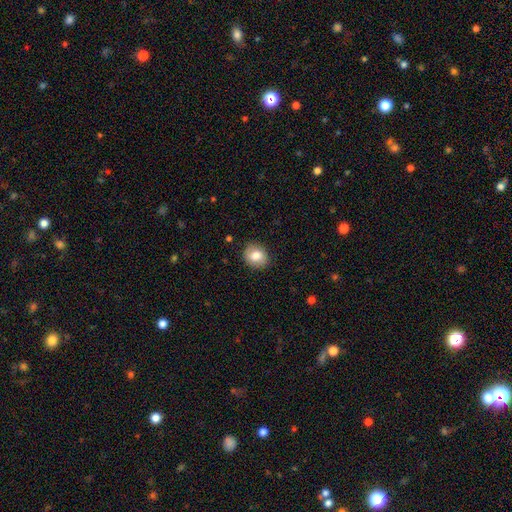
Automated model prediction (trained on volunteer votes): Smooth or featured? smooth (78%)
How rounded? round (64%)
Merging? none (85%)